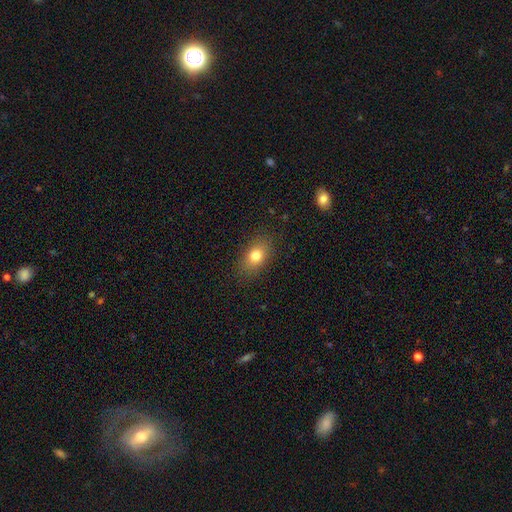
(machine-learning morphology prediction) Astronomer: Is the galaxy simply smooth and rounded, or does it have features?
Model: smooth — 79%.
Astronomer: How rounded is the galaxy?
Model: in between — 79%.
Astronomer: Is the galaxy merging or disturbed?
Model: none — 85%.